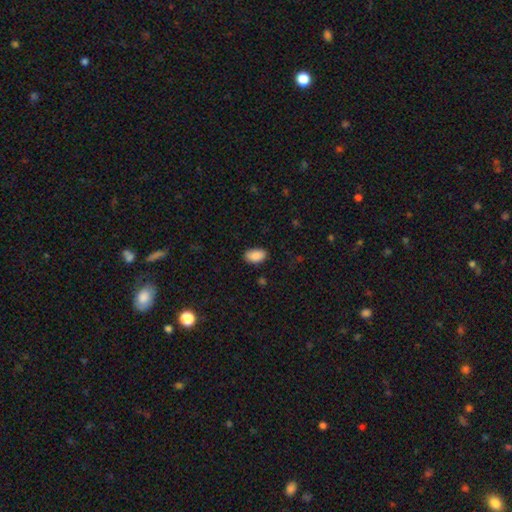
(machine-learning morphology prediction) A smooth galaxy with no disk features (89%) that is in between round and cigar-shaped (92%). Merging: none (85%).